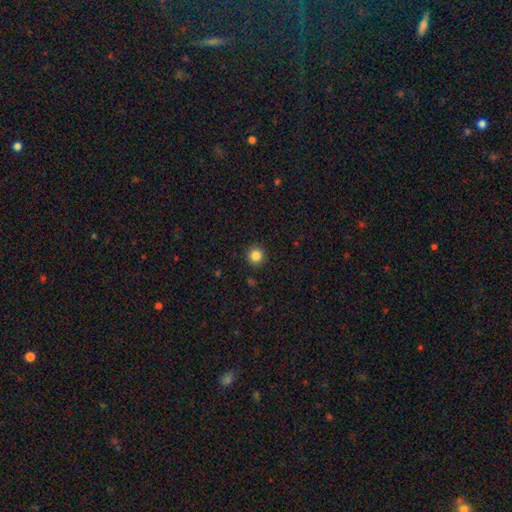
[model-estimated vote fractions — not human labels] A smooth galaxy with no disk features (85%) that is round (95%). Merging: none (93%).